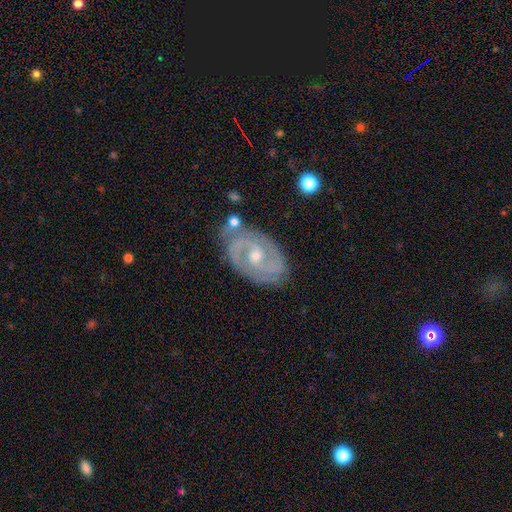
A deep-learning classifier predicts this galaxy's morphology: A featured or disk galaxy (87%) with no bar (51%), 2 (80%) tight (55%) spiral arms (96%) and a moderate central bulge (52%). Merging: none (75%).